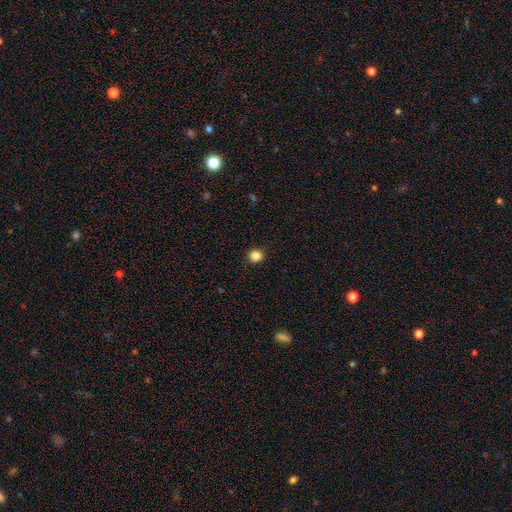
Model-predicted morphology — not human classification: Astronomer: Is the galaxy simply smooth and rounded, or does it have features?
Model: smooth — 86%.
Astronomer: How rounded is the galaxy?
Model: round — 82%.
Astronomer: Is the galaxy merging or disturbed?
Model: none — 91%.